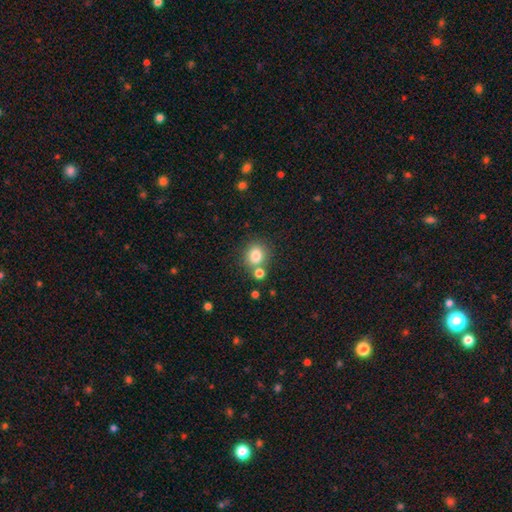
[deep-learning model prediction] This is clearly a smooth galaxy (81%). How rounded: likely round (72%). Merging: likely none (69%).